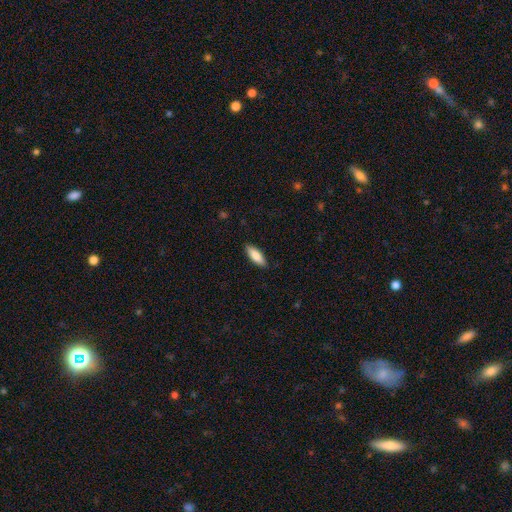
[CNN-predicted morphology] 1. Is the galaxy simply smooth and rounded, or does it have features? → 83% smooth, 11% featured or disk, 6% star or artifact.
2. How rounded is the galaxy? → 64% in between, 34% cigar-shaped, 2% round.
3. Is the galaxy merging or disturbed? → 87% none, 10% minor disturbance, 2% major disturbance, 1% merger.